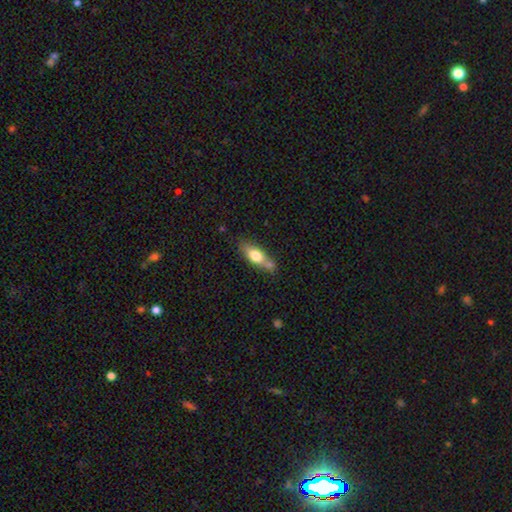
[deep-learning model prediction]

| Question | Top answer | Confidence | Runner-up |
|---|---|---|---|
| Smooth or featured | smooth | 66% | featured or disk (27%) |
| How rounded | in between | 63% | cigar-shaped (33%) |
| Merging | none | 54% | minor disturbance (21%) |